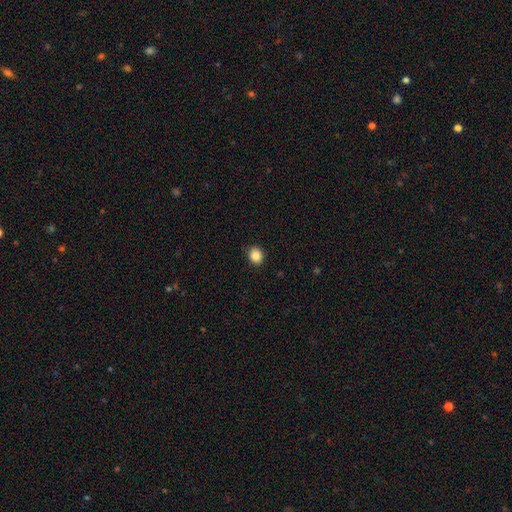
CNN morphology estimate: A smooth galaxy with no disk features (87%) that is round (69%).

Vote fractions:
- Smooth or featured? smooth: 87% / star or artifact: 9% / featured or disk: 4%
- How rounded? round: 69% / in between: 30% / cigar-shaped: 1%
- Merging? none: 90% / minor disturbance: 7% / major disturbance: 2% / merger: 1%